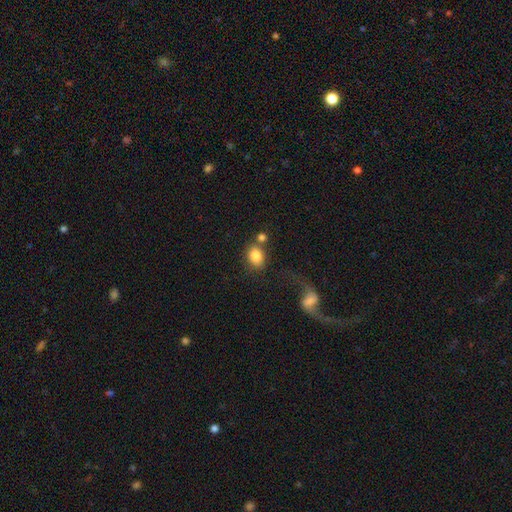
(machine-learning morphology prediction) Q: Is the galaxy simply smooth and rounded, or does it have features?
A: smooth — 84%.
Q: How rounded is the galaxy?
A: in between — 59%.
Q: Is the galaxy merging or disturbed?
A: none — 55%.